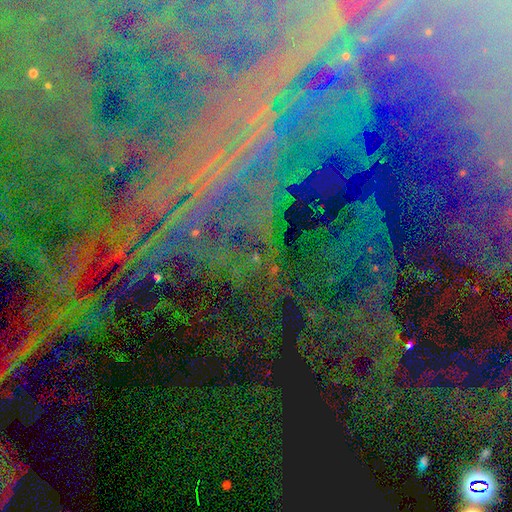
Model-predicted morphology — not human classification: Smooth or featured? star or artifact (78%)